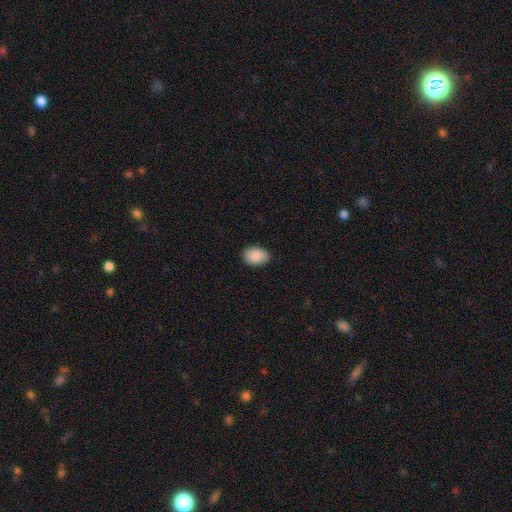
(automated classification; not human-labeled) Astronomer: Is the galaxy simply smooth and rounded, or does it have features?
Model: smooth — 89%.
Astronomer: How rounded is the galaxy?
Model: in between — 82%.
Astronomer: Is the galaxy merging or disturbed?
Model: none — 84%.